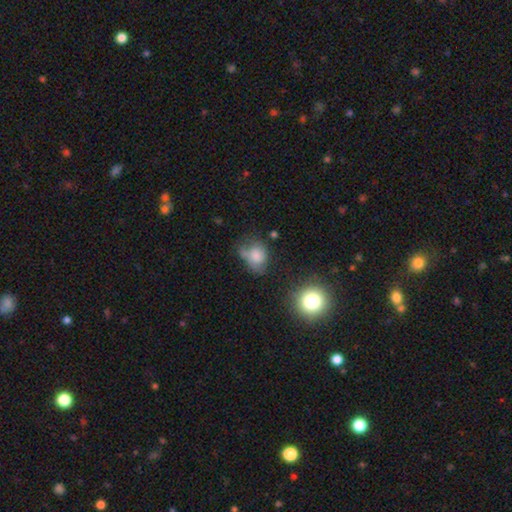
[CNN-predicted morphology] type=smooth (73%); roundness=in between (58%); merging=none (34%).